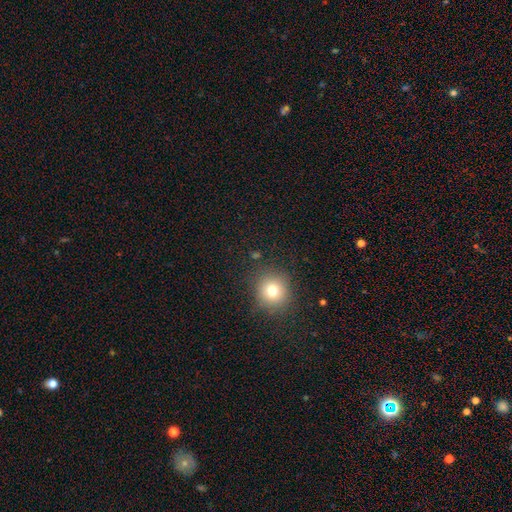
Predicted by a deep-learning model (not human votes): Smooth or featured? smooth (71%)
How rounded? round (90%)
Merging? none (89%)